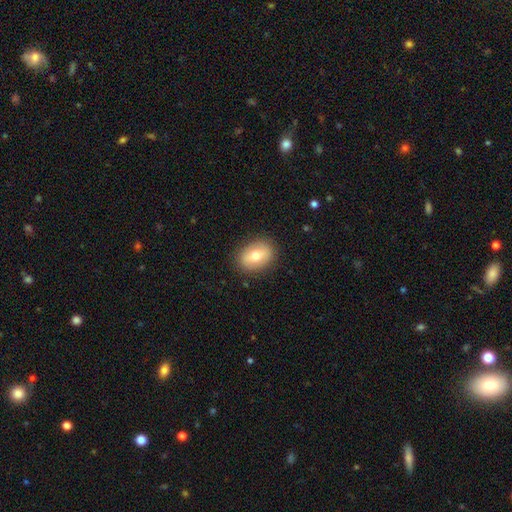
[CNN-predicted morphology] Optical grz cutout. It shows a smooth galaxy with no disk features (67%) that is in between round and cigar-shaped (74%). Merging: none (86%).